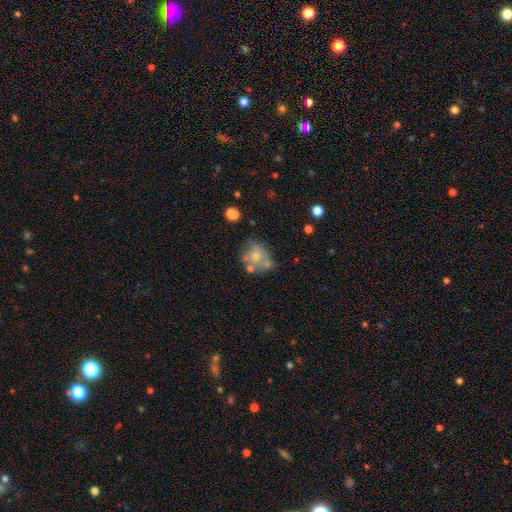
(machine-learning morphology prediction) Overall: smooth (55%; featured or disk 35%). How rounded: round (55%; in between 43%). Merging: none (41%; minor disturbance 24%).